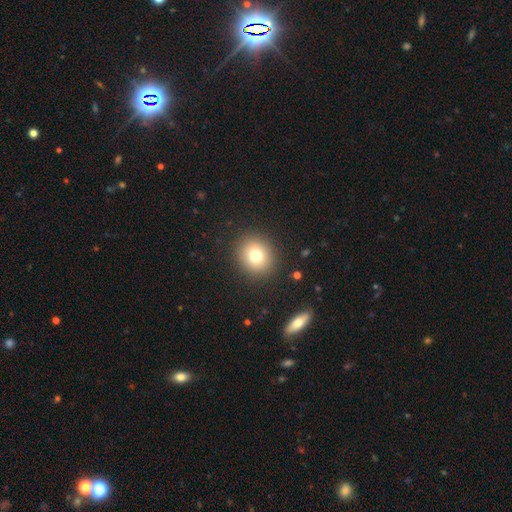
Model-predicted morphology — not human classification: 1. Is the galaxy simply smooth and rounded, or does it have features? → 76% smooth, 13% star or artifact, 11% featured or disk.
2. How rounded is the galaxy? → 81% round, 18% in between, 1% cigar-shaped.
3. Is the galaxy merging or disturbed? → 90% none, 6% minor disturbance, 3% major disturbance, 1% merger.